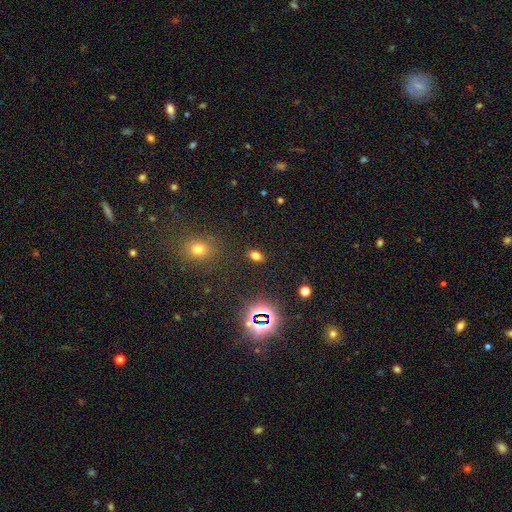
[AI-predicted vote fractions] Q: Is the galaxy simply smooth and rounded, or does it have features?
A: smooth — 69%.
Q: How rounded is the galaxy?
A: in between — 81%.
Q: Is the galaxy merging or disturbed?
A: none — 86%.